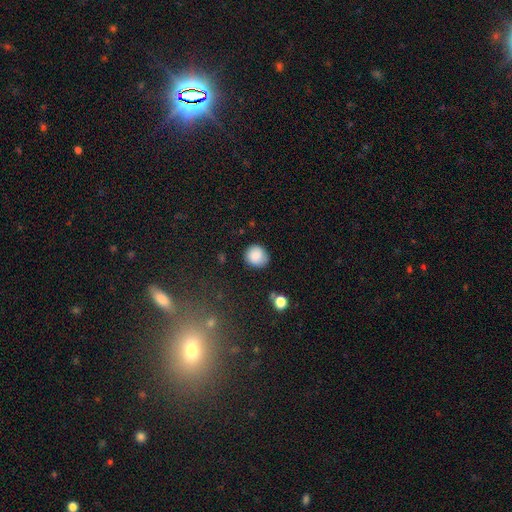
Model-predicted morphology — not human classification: smooth_or_featured: smooth (p=0.86) [alt: star or artifact p=0.09]
how_rounded: round (p=0.86) [alt: in between p=0.13]
merging: none (p=0.80) [alt: minor disturbance p=0.14]